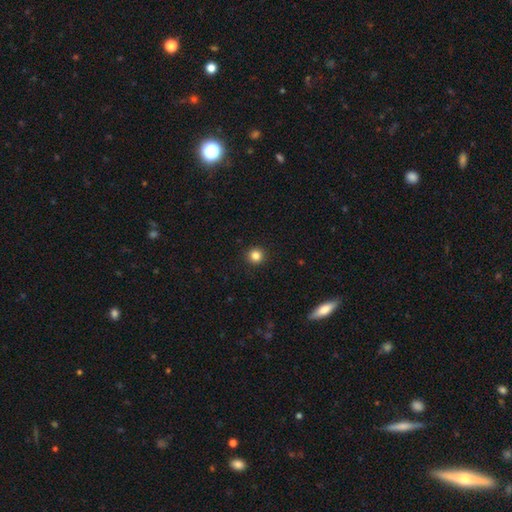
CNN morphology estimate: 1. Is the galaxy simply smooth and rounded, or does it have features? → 84% smooth, 12% star or artifact, 4% featured or disk.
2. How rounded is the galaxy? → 94% round, 5% in between, 1% cigar-shaped.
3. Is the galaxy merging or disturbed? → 93% none, 5% minor disturbance, 2% major disturbance, 1% merger.